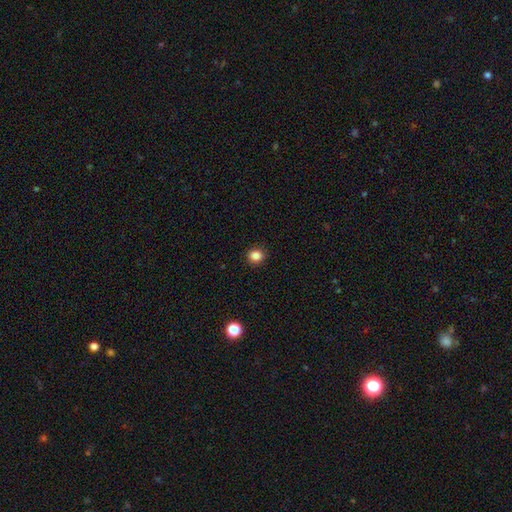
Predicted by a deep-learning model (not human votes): Q: Smooth or featured?
A: smooth (85%); runner-up: star or artifact (11%)
Q: How rounded?
A: round (80%); runner-up: in between (19%)
Q: Merging?
A: none (91%); runner-up: minor disturbance (6%)